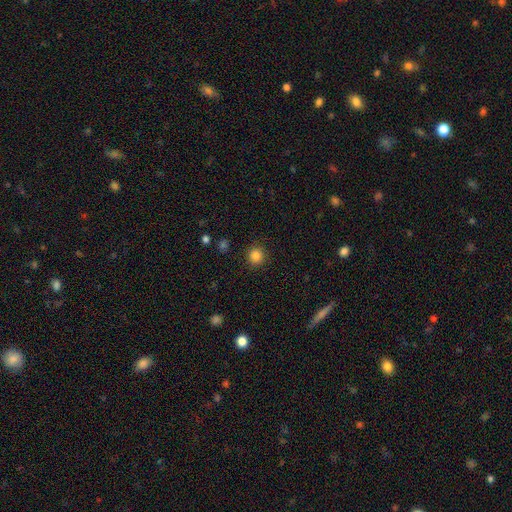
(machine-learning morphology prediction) Smooth or featured? smooth (84%)
How rounded? round (93%)
Merging? none (91%)